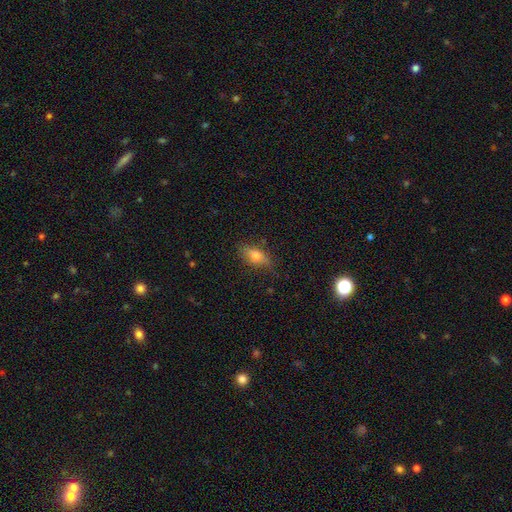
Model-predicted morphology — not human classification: Smooth or featured: smooth — 65% (featured or disk — 26%)
How rounded: in between — 79% (cigar-shaped — 13%)
Merging: none — 79% (minor disturbance — 16%)